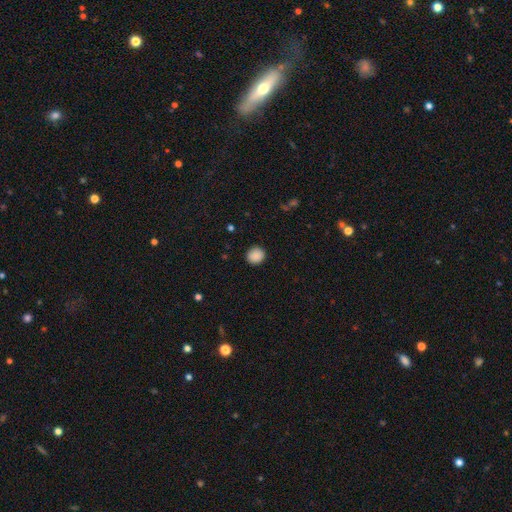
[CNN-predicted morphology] Overall: smooth (89%). How rounded: round (86%). Merging: none (90%).